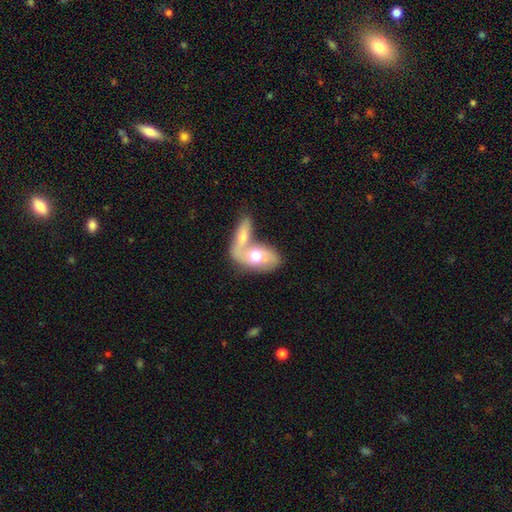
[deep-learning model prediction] Smooth or featured: smooth — 54% (featured or disk — 40%)
How rounded: in between — 86% (round — 9%)
Merging: merger — 64% (none — 24%)